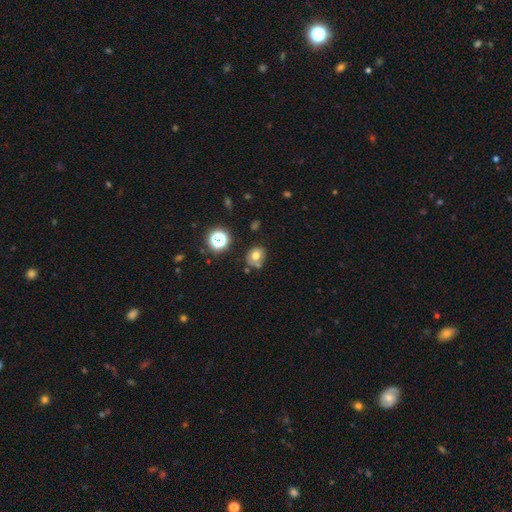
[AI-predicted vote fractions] Smooth or featured?
  - smooth: 68% *
  - featured or disk: 16%
  - star or artifact: 16%
How rounded?
  - round: 67% *
  - in between: 32%
  - cigar-shaped: 1%
Merging?
  - none: 62% *
  - minor disturbance: 17%
  - merger: 16%
  - major disturbance: 5%